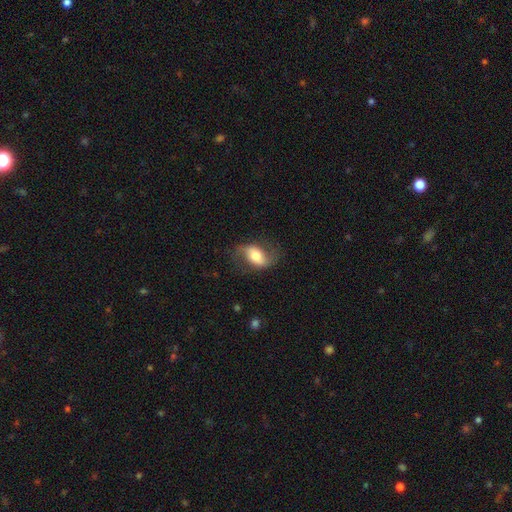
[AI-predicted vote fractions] Smooth or featured? Predicted: featured or disk (p=0.57). Edge-on disk? Predicted: no (p=0.93). Bar? Predicted: no (p=0.37). Spiral arms? Predicted: yes (p=0.83). Bulge size? Predicted: moderate (p=0.56). Merging? Predicted: none (p=0.68).